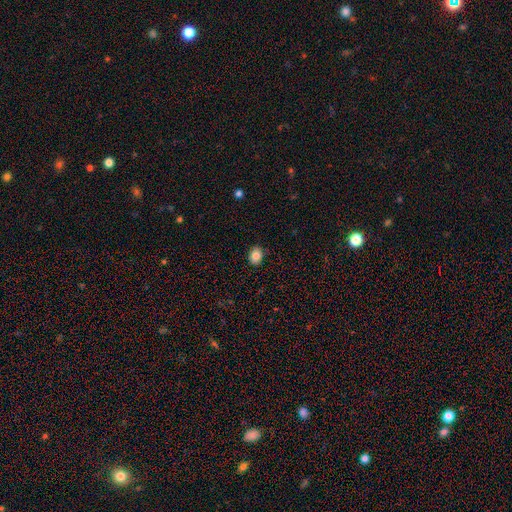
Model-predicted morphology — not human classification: This is clearly a smooth galaxy (84%). How rounded: likely in between (63%). Merging: clearly none (88%).